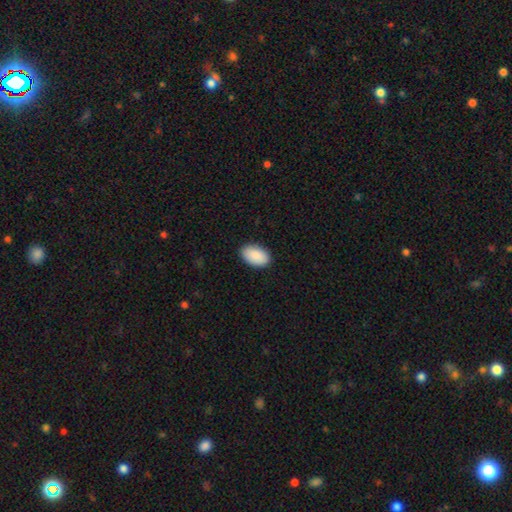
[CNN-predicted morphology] smooth 91%, star or artifact 6%, featured or disk 4%. Down the decision tree: how rounded — in between (94%); merging — none (88%).